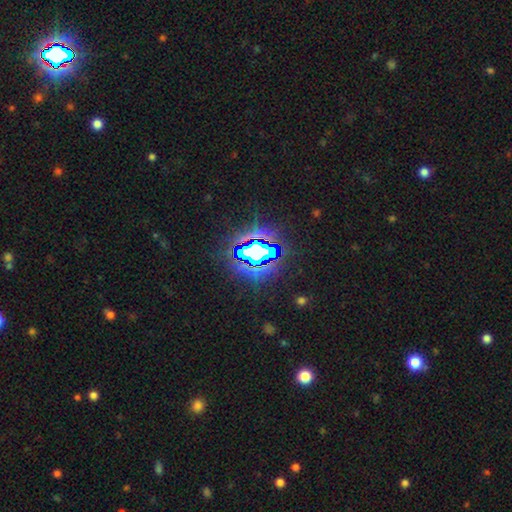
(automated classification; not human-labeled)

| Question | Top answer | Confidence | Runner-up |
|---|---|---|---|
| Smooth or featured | star or artifact | 82% | smooth (10%) |